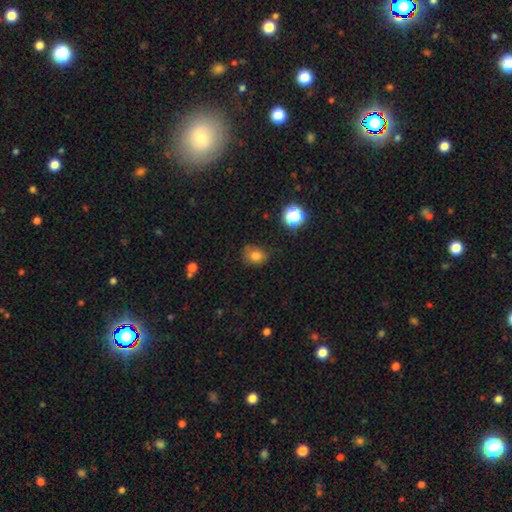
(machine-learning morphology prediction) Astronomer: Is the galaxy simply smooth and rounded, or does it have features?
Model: smooth — 79%.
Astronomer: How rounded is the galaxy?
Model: round — 60% (runner-up: in between, 39%).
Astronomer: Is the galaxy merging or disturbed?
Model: none — 71%.